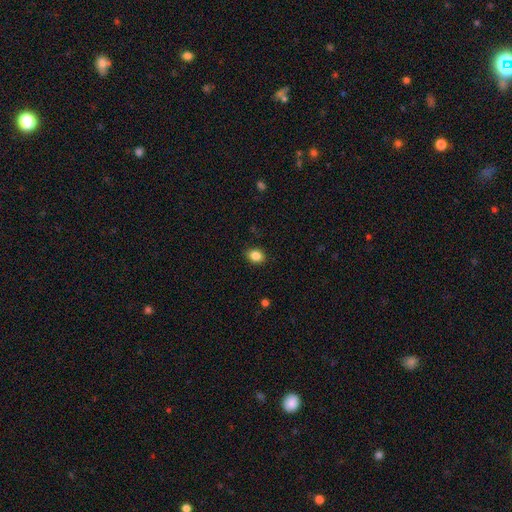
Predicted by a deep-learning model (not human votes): Q: Smooth or featured?
A: smooth (86%); runner-up: star or artifact (9%)
Q: How rounded?
A: in between (64%); runner-up: round (35%)
Q: Merging?
A: none (87%); runner-up: minor disturbance (10%)